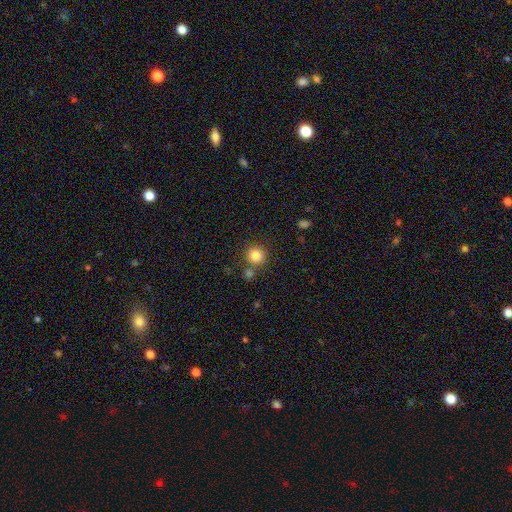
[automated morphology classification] Overall: smooth (84%). How rounded: round (93%). Merging: none (76%).